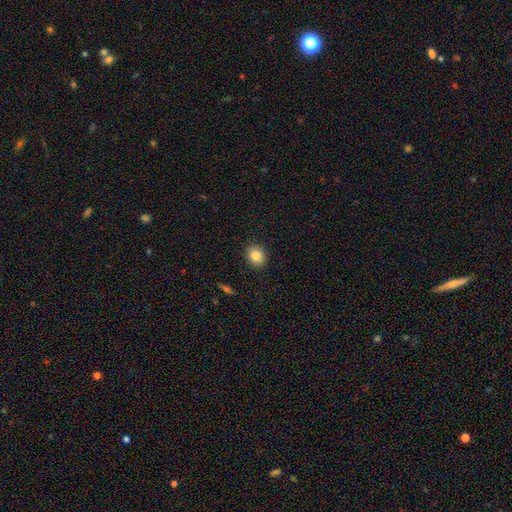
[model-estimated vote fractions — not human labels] smooth-or-featured: smooth: 84% | star or artifact: 9% | featured or disk: 7%
  how-rounded: round: 57% | in between: 42% | cigar-shaped: 1%
  merging: none: 90% | minor disturbance: 7% | major disturbance: 2% | merger: 1%